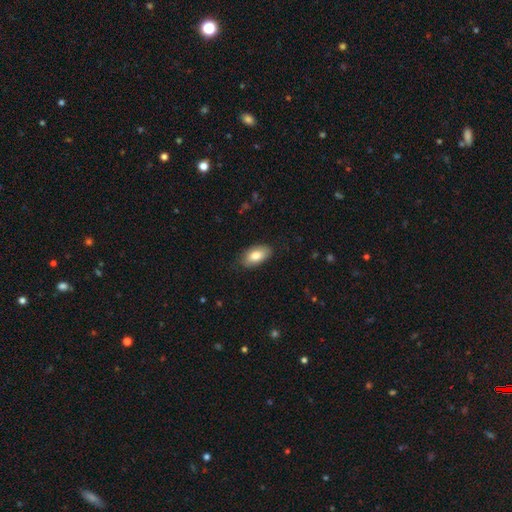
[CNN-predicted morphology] A smooth galaxy with no disk features (81%) that is in between round and cigar-shaped (93%).

Vote fractions:
- Smooth or featured? smooth: 81% / featured or disk: 13% / star or artifact: 6%
- How rounded? in between: 93% / round: 4% / cigar-shaped: 3%
- Merging? none: 83% / minor disturbance: 14% / major disturbance: 3% / merger: 1%